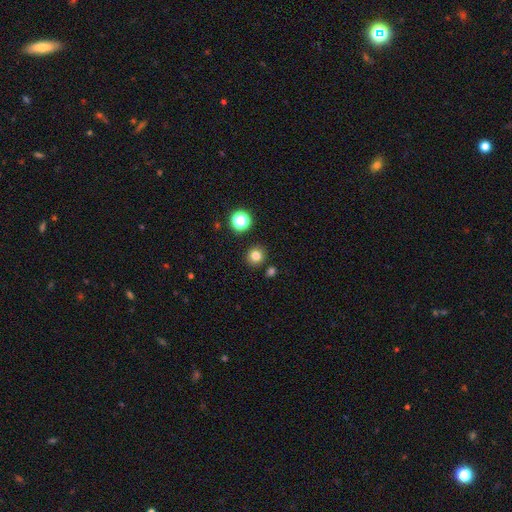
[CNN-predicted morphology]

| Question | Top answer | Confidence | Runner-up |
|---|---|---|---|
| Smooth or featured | smooth | 79% | star or artifact (15%) |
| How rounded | round | 92% | in between (7%) |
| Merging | none | 88% | minor disturbance (6%) |